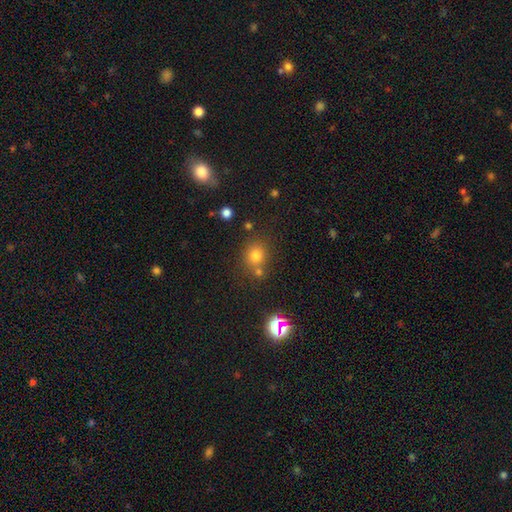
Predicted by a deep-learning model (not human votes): smooth 74%, star or artifact 18%, featured or disk 8%. Down the decision tree: how rounded — round (80%); merging — none (68%).